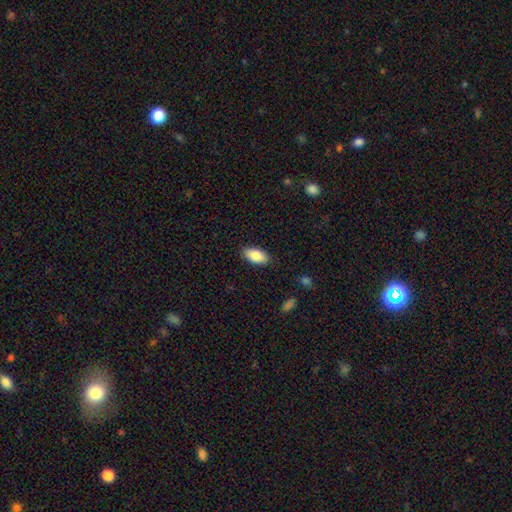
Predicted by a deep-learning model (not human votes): This appears to be a smooth galaxy with no disk features (87%) that is in between round and cigar-shaped (93%). Merging: none (86%).